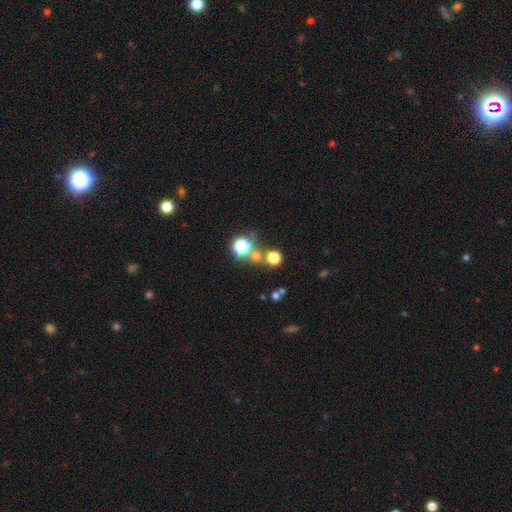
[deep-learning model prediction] Smooth or featured: smooth — 60% (star or artifact — 31%)
How rounded: round — 90% (in between — 9%)
Merging: none — 62% (merger — 26%)